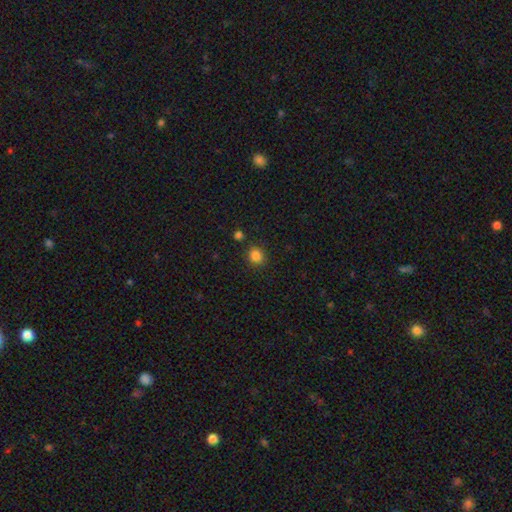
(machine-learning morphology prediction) A smooth galaxy with no disk features (84%) that is round (82%). Merging: none (86%).